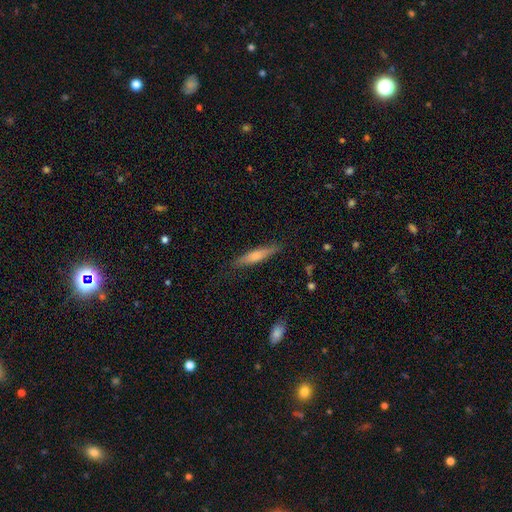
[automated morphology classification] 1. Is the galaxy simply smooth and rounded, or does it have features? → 68% smooth, 26% featured or disk, 6% star or artifact.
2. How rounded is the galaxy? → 83% cigar-shaped, 15% in between, 2% round.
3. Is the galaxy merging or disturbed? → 85% none, 11% minor disturbance, 3% major disturbance, 1% merger.